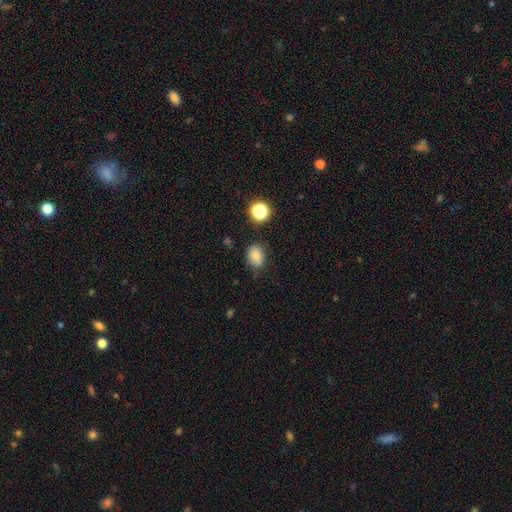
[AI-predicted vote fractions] This appears to be a smooth galaxy with no disk features (81%) that is in between round and cigar-shaped (65%). Merging: none (75%).